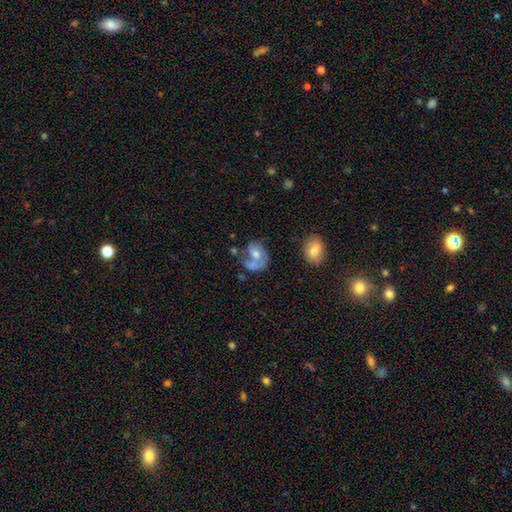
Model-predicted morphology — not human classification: The model was most divided on "merging": merger: 29%, none: 28%, major disturbance: 25%, minor disturbance: 18%. More confident: edge-on disk — no (97%); smooth or featured — featured or disk (51%).